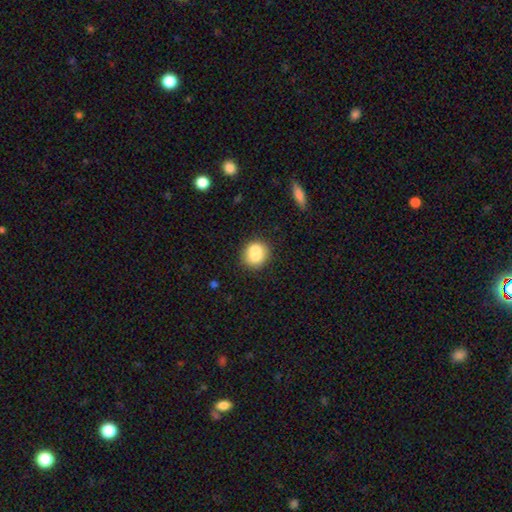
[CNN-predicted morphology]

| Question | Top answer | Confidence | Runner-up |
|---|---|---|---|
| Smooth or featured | smooth | 74% | featured or disk (18%) |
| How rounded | round | 78% | in between (21%) |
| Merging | none | 50% | merger (33%) |